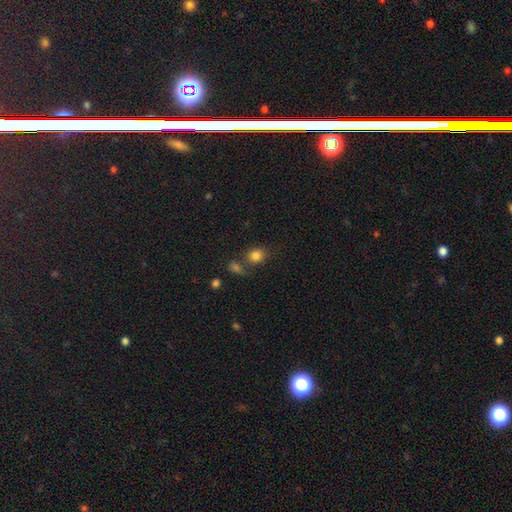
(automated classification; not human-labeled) A smooth galaxy with no disk features (82%) that is round (67%).

Vote fractions:
- Smooth or featured? smooth: 82% / star or artifact: 12% / featured or disk: 7%
- How rounded? round: 67% / in between: 32% / cigar-shaped: 1%
- Merging? none: 58% / merger: 24% / minor disturbance: 12% / major disturbance: 6%